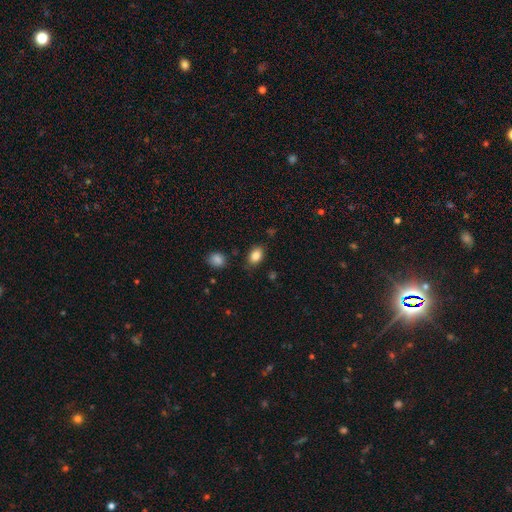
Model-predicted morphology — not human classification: smooth-or-featured: smooth: 85% | star or artifact: 9% | featured or disk: 6%
  how-rounded: in between: 84% | round: 15% | cigar-shaped: 1%
  merging: none: 81% | minor disturbance: 13% | major disturbance: 3% | merger: 3%